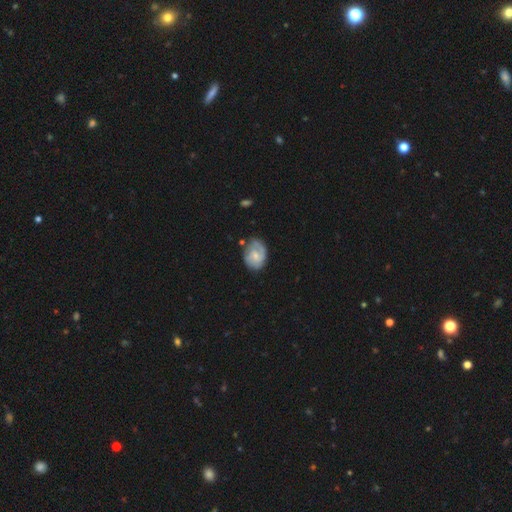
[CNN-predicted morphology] A featured or disk galaxy (67%) with no bar (56%), 2 (57%) tight (48%) spiral arms (89%) and a small central bulge (54%). Merging: none (66%).